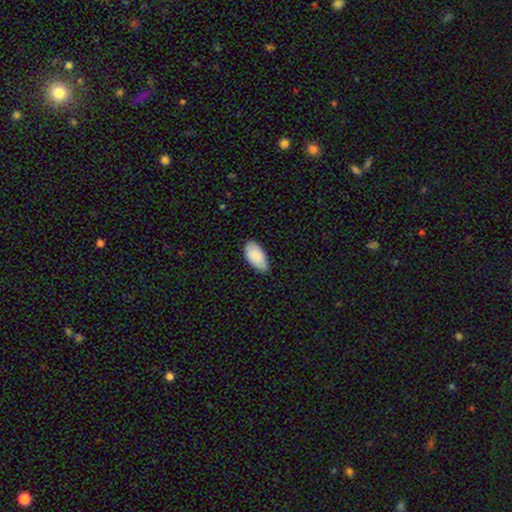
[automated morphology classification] A smooth galaxy with no disk features (89%) that is in between round and cigar-shaped (96%).

Vote fractions:
- Smooth or featured? smooth: 89% / star or artifact: 6% / featured or disk: 6%
- How rounded? in between: 96% / cigar-shaped: 2% / round: 2%
- Merging? none: 71% / minor disturbance: 25% / major disturbance: 3% / merger: 1%